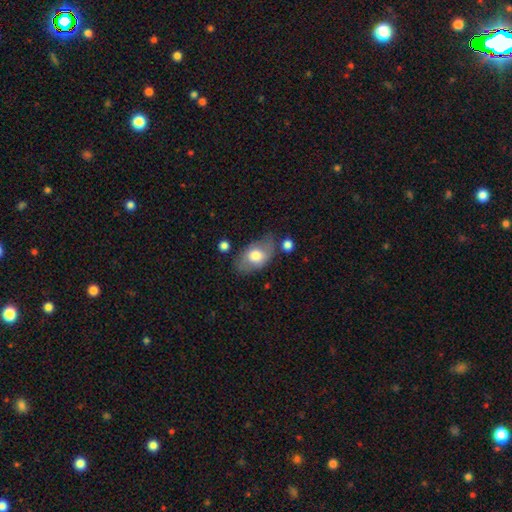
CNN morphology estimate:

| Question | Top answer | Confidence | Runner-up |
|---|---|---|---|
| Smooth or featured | smooth | 65% | featured or disk (28%) |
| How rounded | in between | 88% | round (10%) |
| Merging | none | 61% | minor disturbance (23%) |